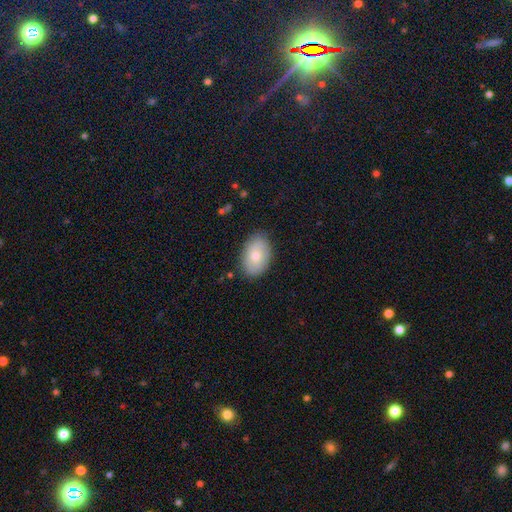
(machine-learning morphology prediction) Smooth or featured?
  - smooth: 76% *
  - featured or disk: 18%
  - star or artifact: 6%
How rounded?
  - in between: 89% *
  - round: 9%
  - cigar-shaped: 1%
Merging?
  - none: 83% *
  - minor disturbance: 13%
  - major disturbance: 3%
  - merger: 1%